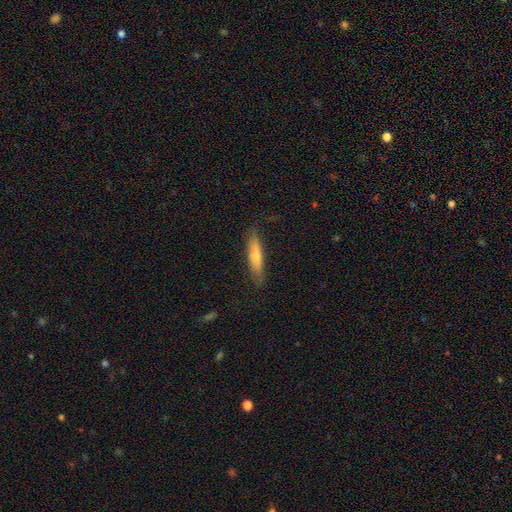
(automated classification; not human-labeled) Smooth or featured?
  - smooth: 59% *
  - featured or disk: 34%
  - star or artifact: 6%
How rounded?
  - cigar-shaped: 84% *
  - in between: 14%
  - round: 2%
Merging?
  - none: 83% *
  - minor disturbance: 14%
  - major disturbance: 3%
  - merger: 1%